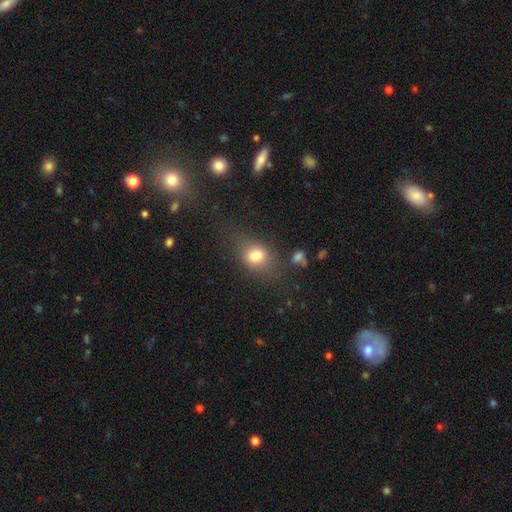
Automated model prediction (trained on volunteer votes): smooth_or_featured: smooth (p=0.78) [alt: star or artifact p=0.12]
how_rounded: round (p=0.51) [alt: in between p=0.47]
merging: none (p=0.63) [alt: minor disturbance p=0.20]